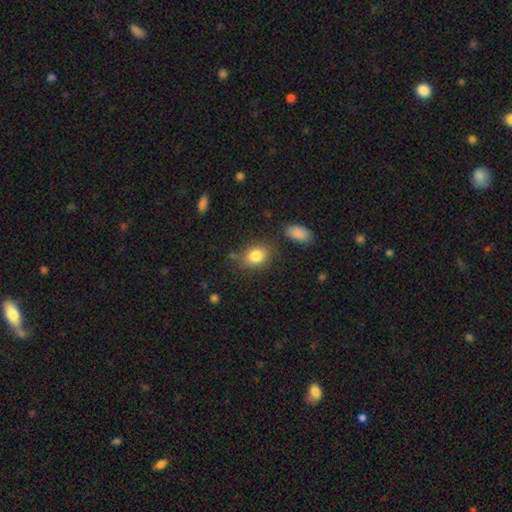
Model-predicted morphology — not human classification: Smooth or featured?
  - smooth: 84% *
  - star or artifact: 9%
  - featured or disk: 7%
How rounded?
  - in between: 64% *
  - round: 34%
  - cigar-shaped: 1%
Merging?
  - none: 75% *
  - minor disturbance: 15%
  - merger: 5%
  - major disturbance: 4%